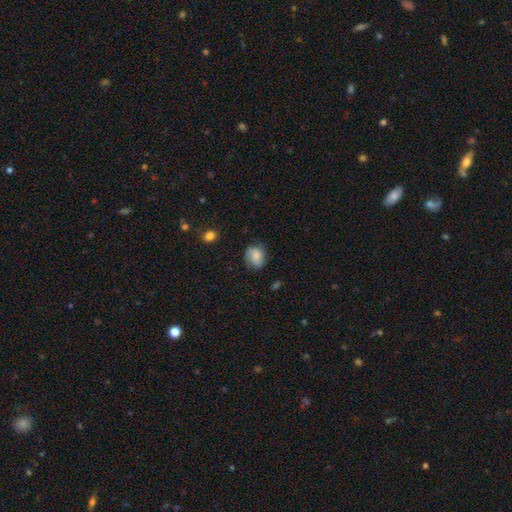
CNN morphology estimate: smooth-or-featured: smooth: 71% | featured or disk: 20% | star or artifact: 8%
  how-rounded: in between: 52% | round: 47% | cigar-shaped: 1%
  merging: none: 65% | minor disturbance: 26% | major disturbance: 8% | merger: 2%